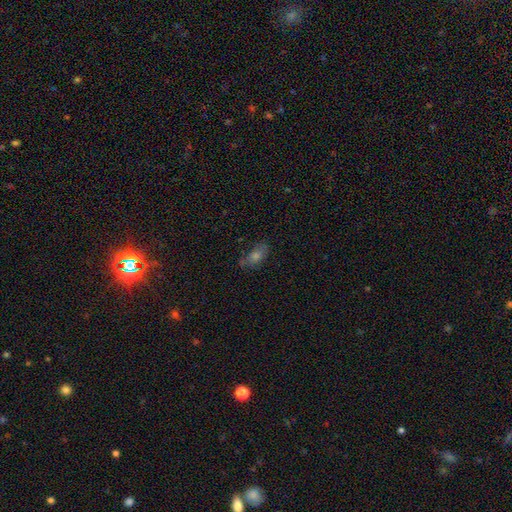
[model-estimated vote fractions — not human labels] Overall: smooth (53%; star or artifact 25%). How rounded: in between (79%). Merging: none (70%).